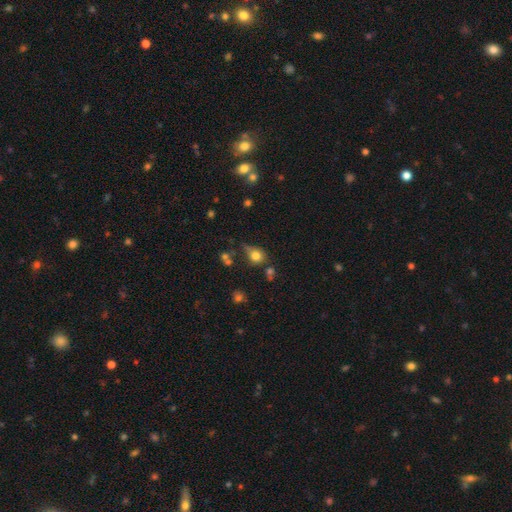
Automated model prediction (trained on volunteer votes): A smooth galaxy with no disk features (78%) that is round (69%). Merging: none (52%).